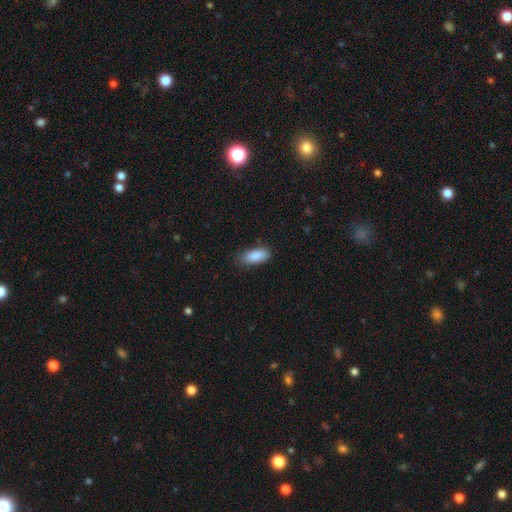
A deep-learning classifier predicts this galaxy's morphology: A smooth galaxy with no disk features (88%) that is in between round and cigar-shaped (86%).

Vote fractions:
- Smooth or featured? smooth: 88% / star or artifact: 6% / featured or disk: 5%
- How rounded? in between: 86% / cigar-shaped: 12% / round: 2%
- Merging? none: 76% / minor disturbance: 20% / major disturbance: 3% / merger: 1%